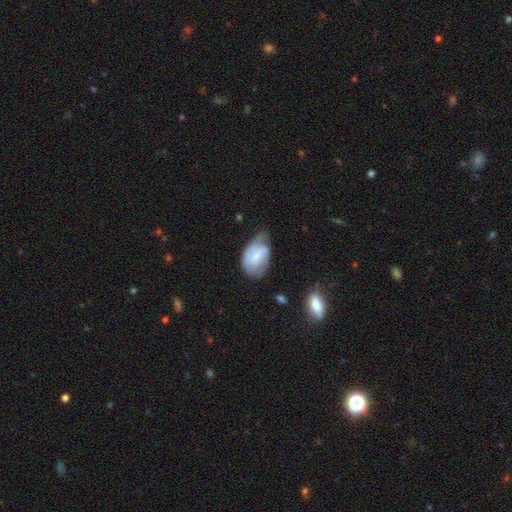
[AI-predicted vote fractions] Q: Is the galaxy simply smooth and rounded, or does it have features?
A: smooth — 53%.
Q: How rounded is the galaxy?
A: in between — 87%.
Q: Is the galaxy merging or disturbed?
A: minor disturbance — 43%.